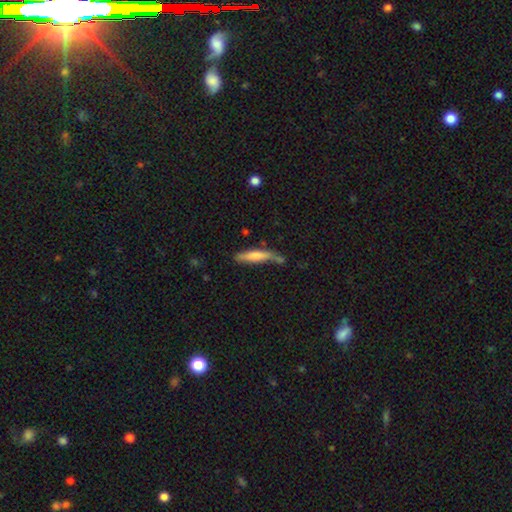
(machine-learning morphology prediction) smooth-or-featured: smooth: 68% | featured or disk: 26% | star or artifact: 6%
  how-rounded: cigar-shaped: 85% | in between: 13% | round: 2%
  merging: none: 54% | minor disturbance: 25% | merger: 12% | major disturbance: 8%